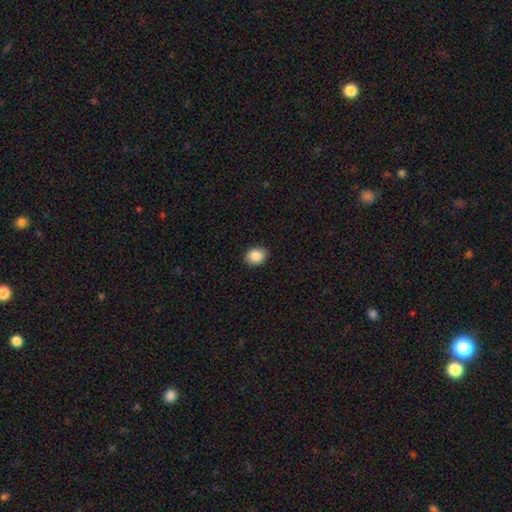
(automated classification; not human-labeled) Smooth or featured? smooth (87%)
How rounded? round (52%)
Merging? none (88%)